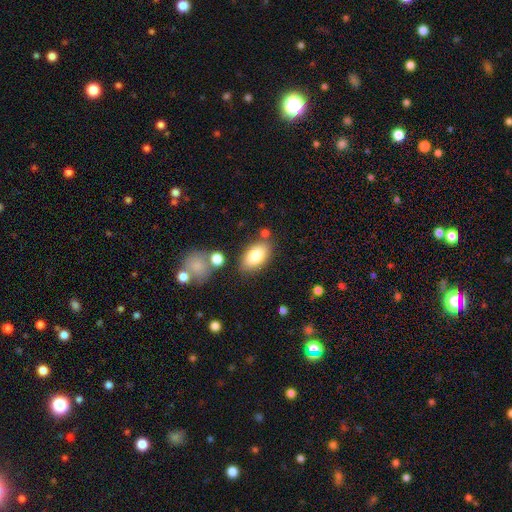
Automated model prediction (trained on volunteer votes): Smooth or featured? smooth (83%)
How rounded? in between (93%)
Merging? none (76%)